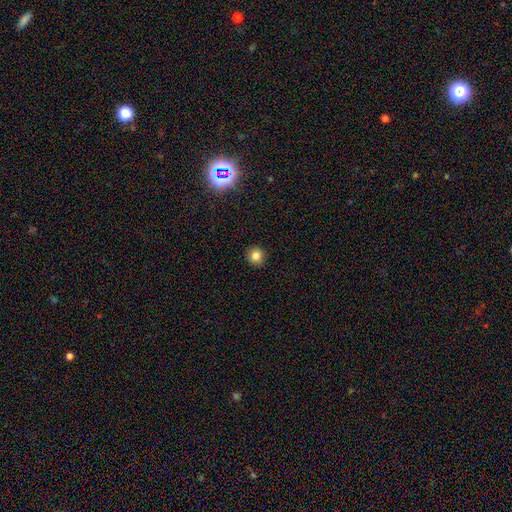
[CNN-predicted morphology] Smooth or featured: smooth — 83% (star or artifact — 12%)
How rounded: round — 94% (in between — 5%)
Merging: none — 92% (minor disturbance — 5%)